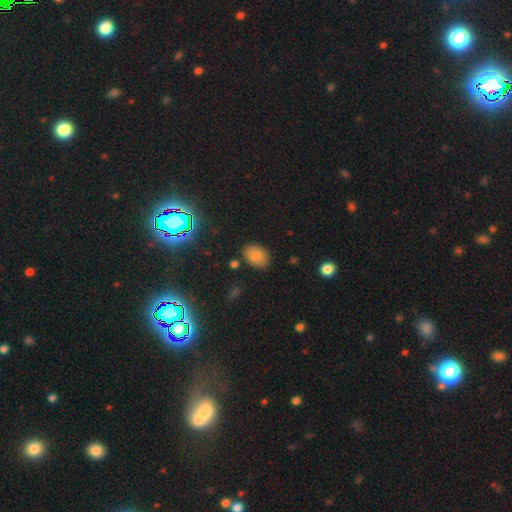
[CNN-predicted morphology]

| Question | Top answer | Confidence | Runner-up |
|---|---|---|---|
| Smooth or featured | smooth | 80% | star or artifact (12%) |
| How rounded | in between | 79% | round (20%) |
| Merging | none | 84% | minor disturbance (11%) |